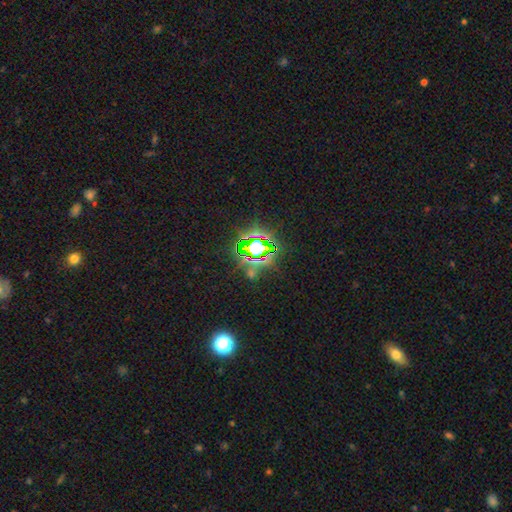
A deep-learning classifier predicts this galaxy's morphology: Overall: star or artifact (81%).